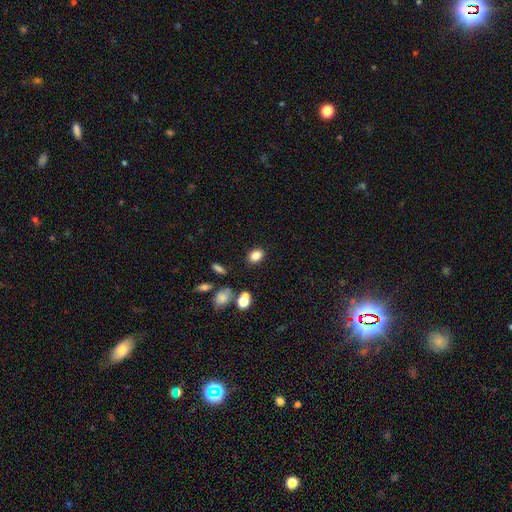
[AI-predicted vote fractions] Smooth or featured? smooth (83%)
How rounded? in between (69%)
Merging? none (84%)